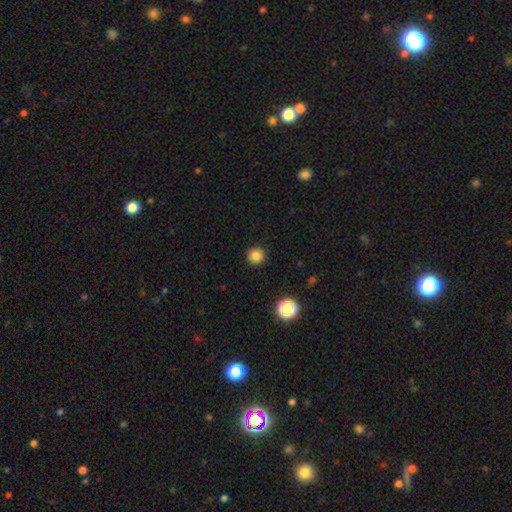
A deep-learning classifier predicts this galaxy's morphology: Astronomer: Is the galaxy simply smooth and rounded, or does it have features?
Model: smooth — 84%.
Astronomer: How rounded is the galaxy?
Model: round — 95%.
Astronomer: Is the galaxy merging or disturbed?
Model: none — 92%.